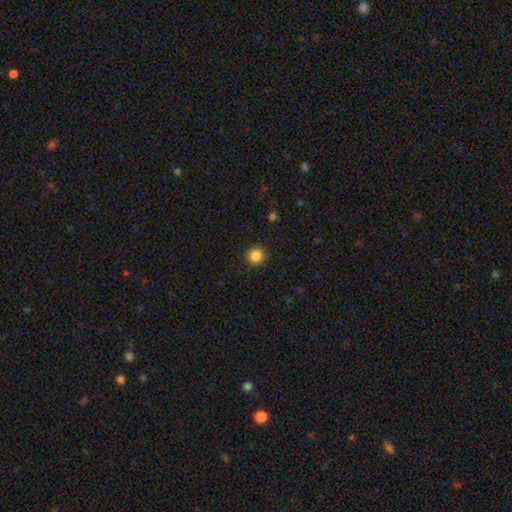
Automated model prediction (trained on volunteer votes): This is clearly a smooth galaxy (86%). How rounded: clearly round (95%). Merging: clearly none (92%).